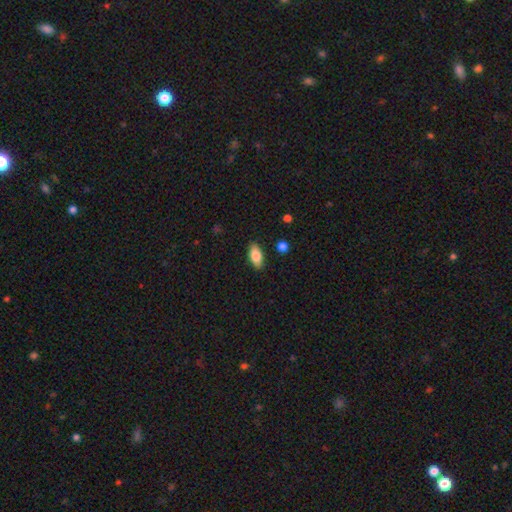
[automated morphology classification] A smooth galaxy with no disk features (81%) that is in between round and cigar-shaped (89%).

Vote fractions:
- Smooth or featured? smooth: 81% / featured or disk: 12% / star or artifact: 7%
- How rounded? in between: 89% / cigar-shaped: 8% / round: 3%
- Merging? none: 88% / minor disturbance: 9% / major disturbance: 2% / merger: 2%